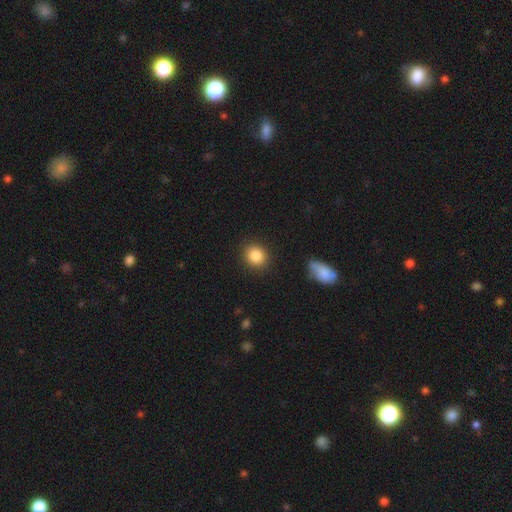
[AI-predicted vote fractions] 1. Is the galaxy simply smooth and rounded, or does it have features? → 87% smooth, 9% star or artifact, 4% featured or disk.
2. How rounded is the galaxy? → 78% round, 21% in between, 1% cigar-shaped.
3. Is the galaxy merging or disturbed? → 89% none, 7% minor disturbance, 2% major disturbance, 2% merger.